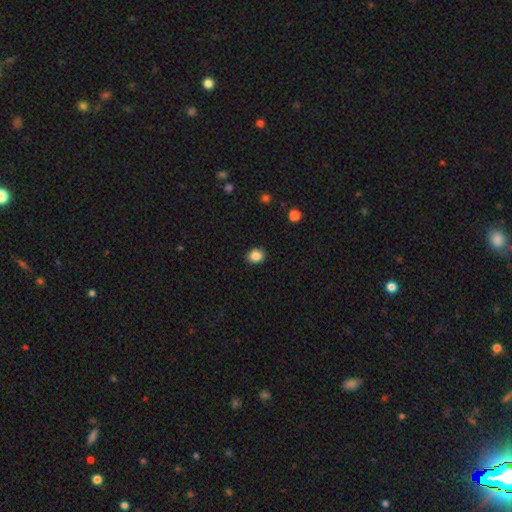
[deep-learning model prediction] This appears to be a smooth galaxy with no disk features (87%) that is round (68%). Merging: none (90%).